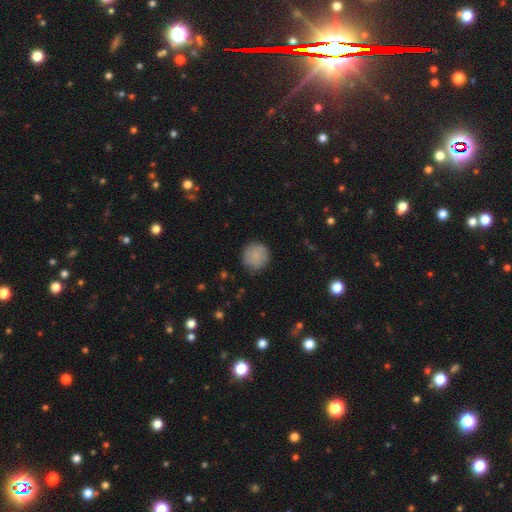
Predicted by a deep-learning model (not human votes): The model was most divided on "merging": none: 84%, minor disturbance: 12%, major disturbance: 3%, merger: 1%. More confident: how rounded — round (93%); smooth or featured — smooth (85%).